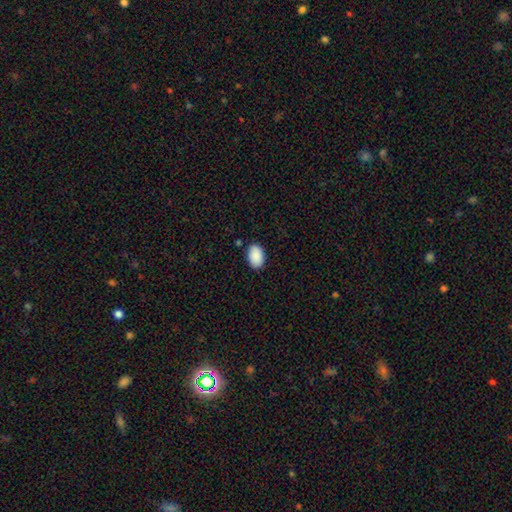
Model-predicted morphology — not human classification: Smooth or featured? smooth (91%)
How rounded? in between (91%)
Merging? none (87%)